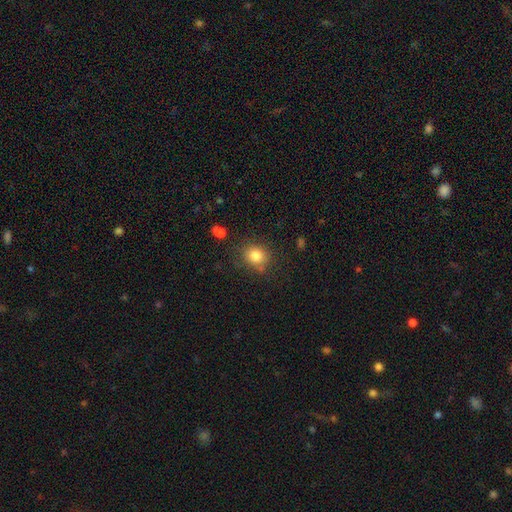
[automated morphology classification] This appears to be a smooth galaxy with no disk features (82%) that is round (71%). Merging: none (78%).